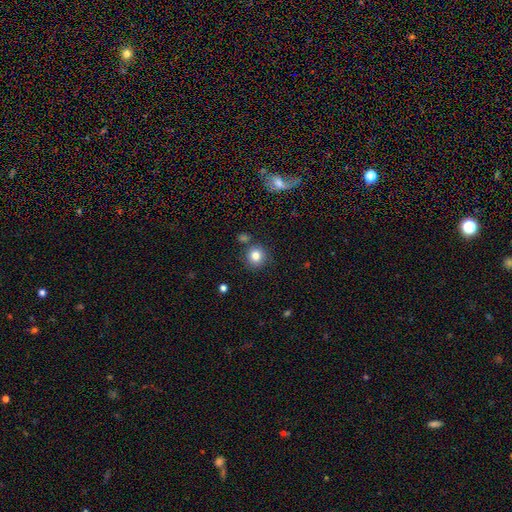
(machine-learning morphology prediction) Smooth or featured? smooth (82%)
How rounded? round (90%)
Merging? none (80%)